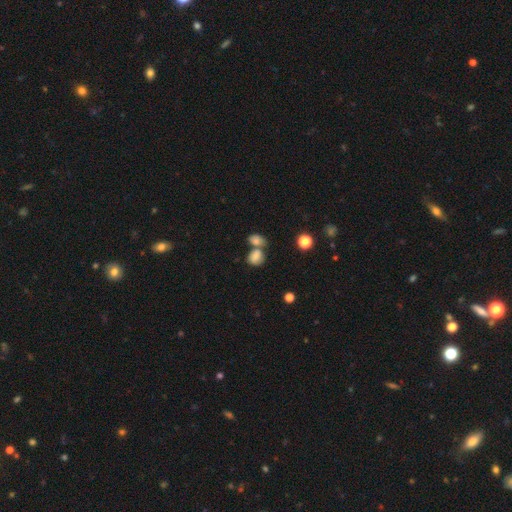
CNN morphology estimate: smooth_or_featured: smooth (p=0.79) [alt: star or artifact p=0.11]
how_rounded: round (p=0.50) [alt: in between p=0.48]
merging: merger (p=0.48) [alt: none p=0.36]